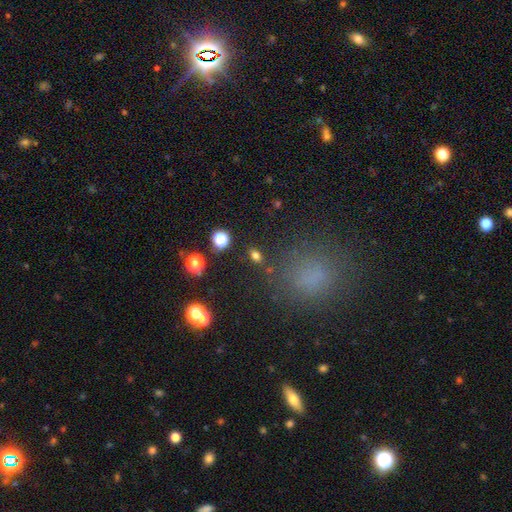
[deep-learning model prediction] A smooth galaxy with no disk features (74%) that is in between round and cigar-shaped (76%). Merging: none (81%).